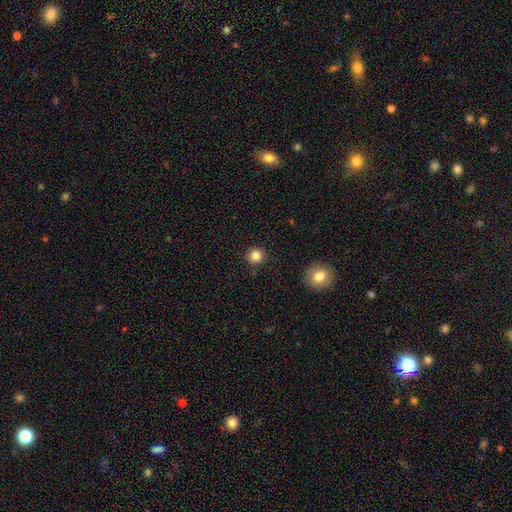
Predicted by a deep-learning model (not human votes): Smooth or featured? smooth (83%)
How rounded? round (94%)
Merging? none (91%)